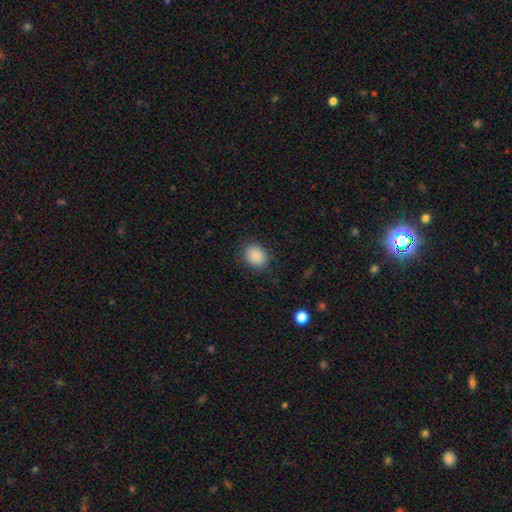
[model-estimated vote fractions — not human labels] A smooth galaxy with no disk features (88%) that is round (59%).

Vote fractions:
- Smooth or featured? smooth: 88% / star or artifact: 9% / featured or disk: 3%
- How rounded? round: 59% / in between: 40% / cigar-shaped: 1%
- Merging? none: 86% / minor disturbance: 10% / major disturbance: 3% / merger: 1%